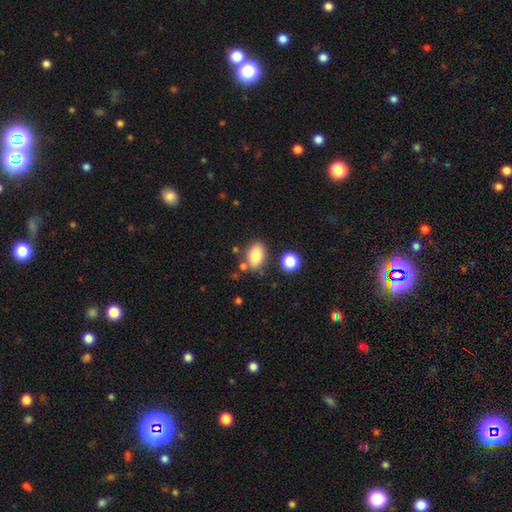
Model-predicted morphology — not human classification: A smooth galaxy with no disk features (84%) that is in between round and cigar-shaped (85%).

Vote fractions:
- Smooth or featured? smooth: 84% / star or artifact: 9% / featured or disk: 7%
- How rounded? in between: 85% / round: 13% / cigar-shaped: 2%
- Merging? none: 74% / minor disturbance: 14% / merger: 9% / major disturbance: 4%